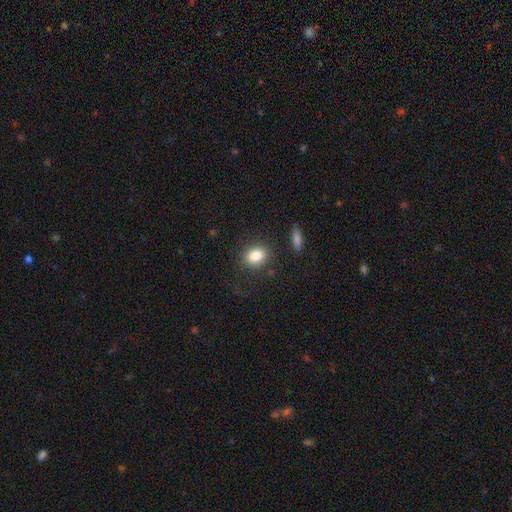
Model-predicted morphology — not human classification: Smooth or featured?
  - smooth: 84% *
  - star or artifact: 9%
  - featured or disk: 7%
How rounded?
  - in between: 50% *
  - round: 49%
  - cigar-shaped: 1%
Merging?
  - none: 82% *
  - minor disturbance: 11%
  - major disturbance: 4%
  - merger: 3%